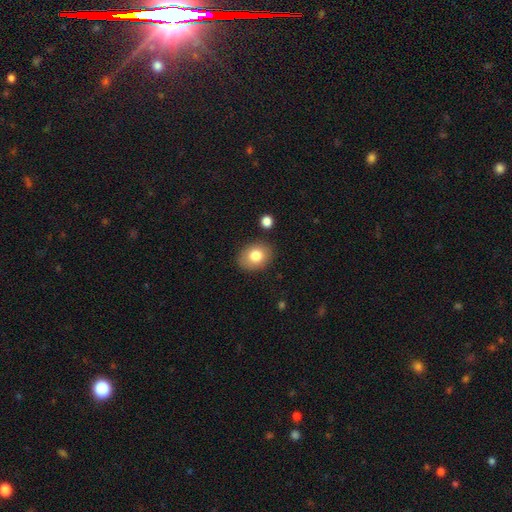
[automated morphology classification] Smooth or featured?
  - smooth: 80% *
  - featured or disk: 12%
  - star or artifact: 8%
How rounded?
  - in between: 63% *
  - round: 36%
  - cigar-shaped: 1%
Merging?
  - none: 85% *
  - minor disturbance: 10%
  - merger: 3%
  - major disturbance: 3%